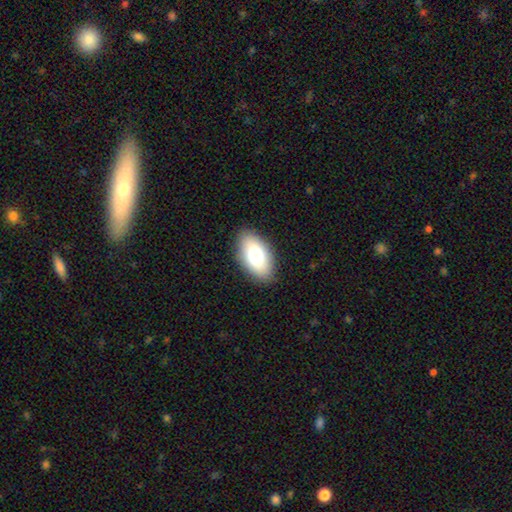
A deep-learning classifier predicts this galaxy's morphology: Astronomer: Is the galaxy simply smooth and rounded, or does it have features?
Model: smooth — 75%.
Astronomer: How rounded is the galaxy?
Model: in between — 93%.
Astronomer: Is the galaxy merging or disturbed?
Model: none — 87%.